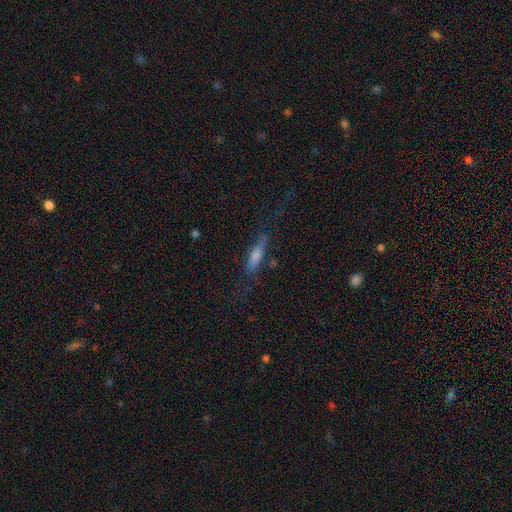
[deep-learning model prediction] smooth_or_featured: smooth (p=0.49) [alt: featured or disk p=0.41]
merging: none (p=0.64) [alt: minor disturbance p=0.21]